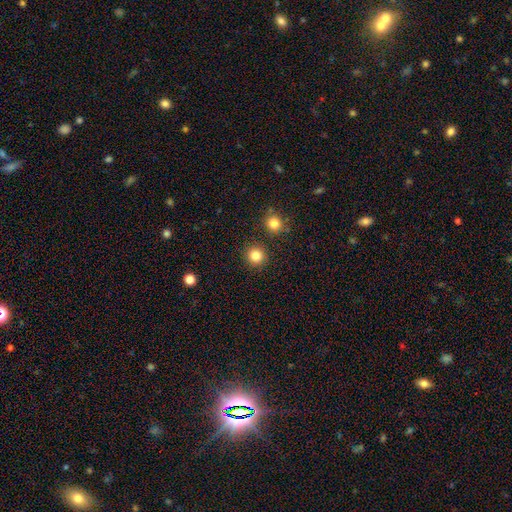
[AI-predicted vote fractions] Smooth or featured?
  - smooth: 84% *
  - star or artifact: 11%
  - featured or disk: 4%
How rounded?
  - round: 94% *
  - in between: 5%
  - cigar-shaped: 1%
Merging?
  - none: 89% *
  - minor disturbance: 6%
  - merger: 3%
  - major disturbance: 2%